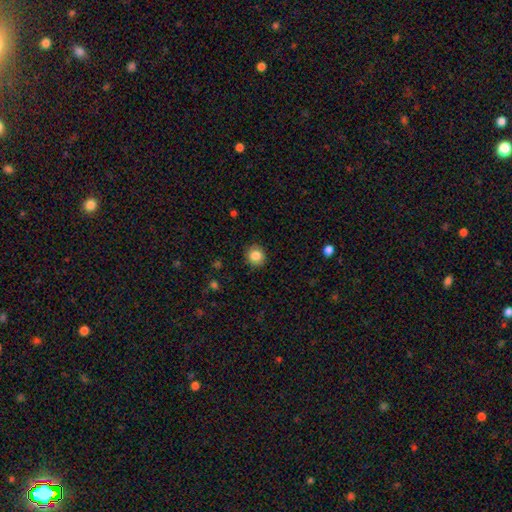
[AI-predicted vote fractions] Smooth or featured?
  - smooth: 85% *
  - star or artifact: 9%
  - featured or disk: 6%
How rounded?
  - round: 88% *
  - in between: 12%
  - cigar-shaped: 1%
Merging?
  - none: 89% *
  - minor disturbance: 7%
  - major disturbance: 2%
  - merger: 1%